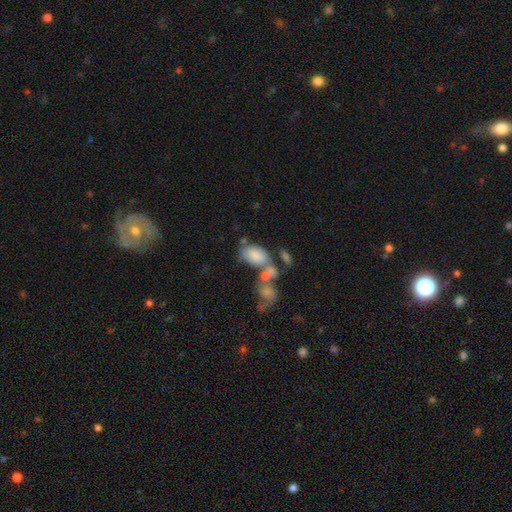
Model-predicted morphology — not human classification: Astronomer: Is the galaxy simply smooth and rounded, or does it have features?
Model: smooth — 77%.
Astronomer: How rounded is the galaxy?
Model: in between — 90%.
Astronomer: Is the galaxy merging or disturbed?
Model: none — 37% (runner-up: merger, 36%).